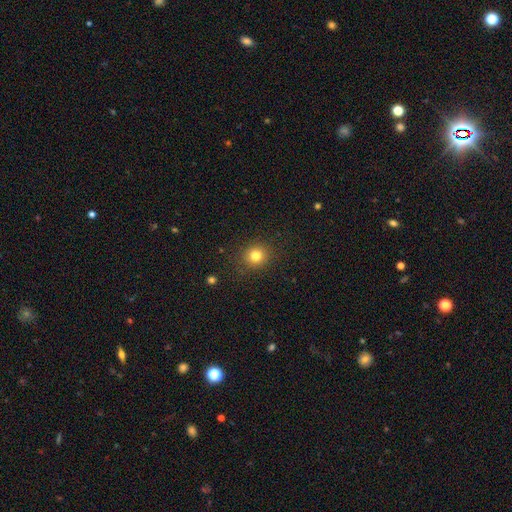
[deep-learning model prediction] Overall: smooth (81%). How rounded: round (87%). Merging: none (89%).